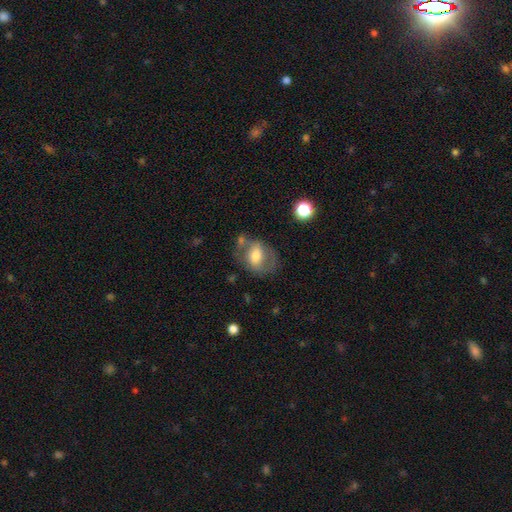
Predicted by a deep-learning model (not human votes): Smooth or featured?
  - smooth: 52% *
  - featured or disk: 40%
  - star or artifact: 8%
How rounded?
  - in between: 62% *
  - round: 37%
  - cigar-shaped: 1%
Merging?
  - none: 51% *
  - minor disturbance: 23%
  - major disturbance: 15%
  - merger: 10%